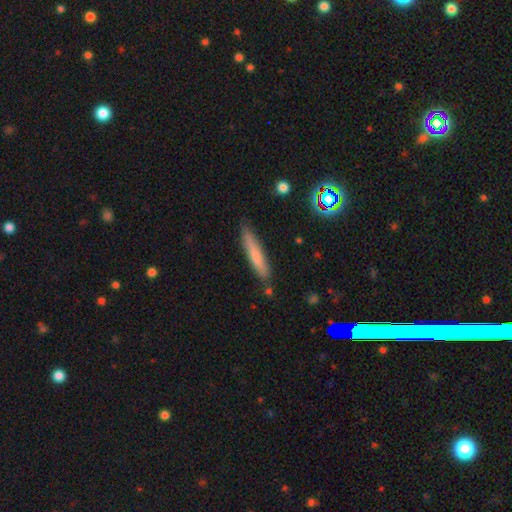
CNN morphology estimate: Overall: smooth (70%). How rounded: cigar-shaped (91%). Merging: none (82%).